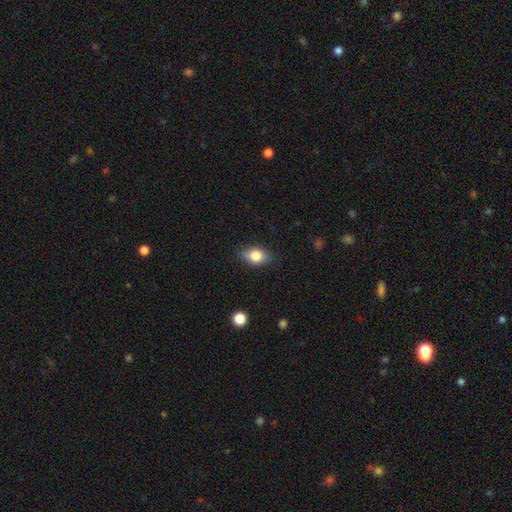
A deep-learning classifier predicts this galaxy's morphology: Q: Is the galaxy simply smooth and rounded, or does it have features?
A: smooth — 80%.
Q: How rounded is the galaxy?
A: in between — 77%.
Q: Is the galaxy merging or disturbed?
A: none — 82%.